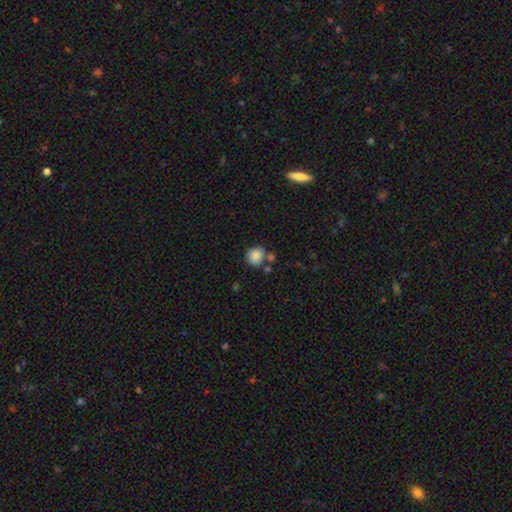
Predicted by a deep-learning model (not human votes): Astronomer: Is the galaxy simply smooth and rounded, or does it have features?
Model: smooth — 86%.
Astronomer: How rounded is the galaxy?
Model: round — 87%.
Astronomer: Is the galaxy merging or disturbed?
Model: none — 65%.